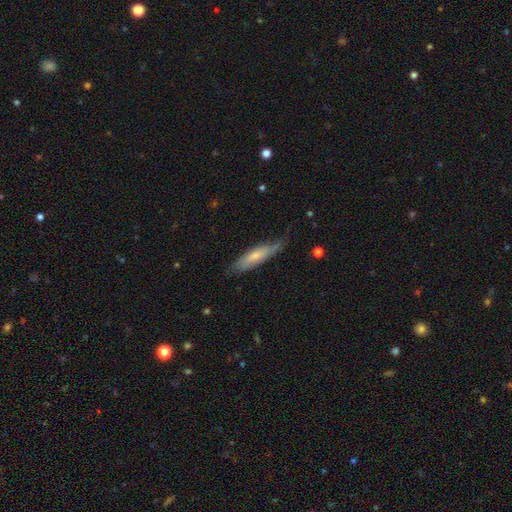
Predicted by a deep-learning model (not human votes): A smooth galaxy with no disk features (57%) that is cigar-shaped (69%). Merging: none (62%).